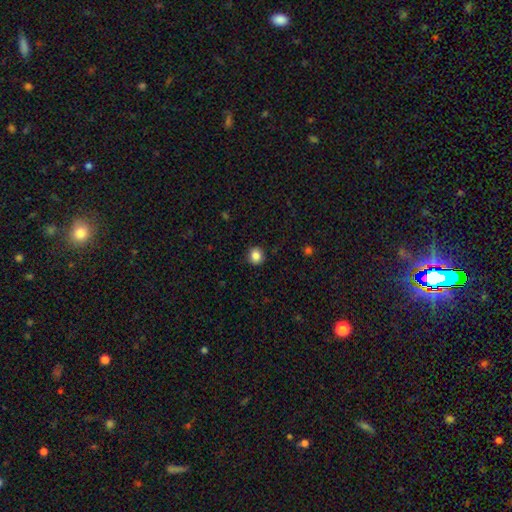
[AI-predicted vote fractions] Smooth or featured? Predicted: smooth (p=0.86). How rounded? Predicted: round (p=0.83). Merging? Predicted: none (p=0.88).